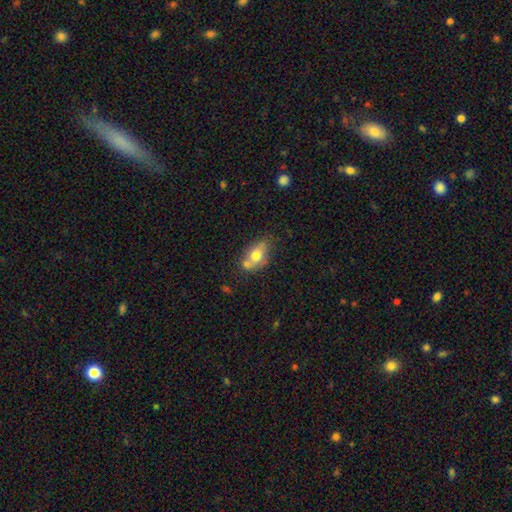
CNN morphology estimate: smooth-or-featured: smooth: 64% | featured or disk: 27% | star or artifact: 9%
  how-rounded: in between: 80% | round: 17% | cigar-shaped: 3%
  merging: none: 47% | merger: 26% | minor disturbance: 20% | major disturbance: 6%